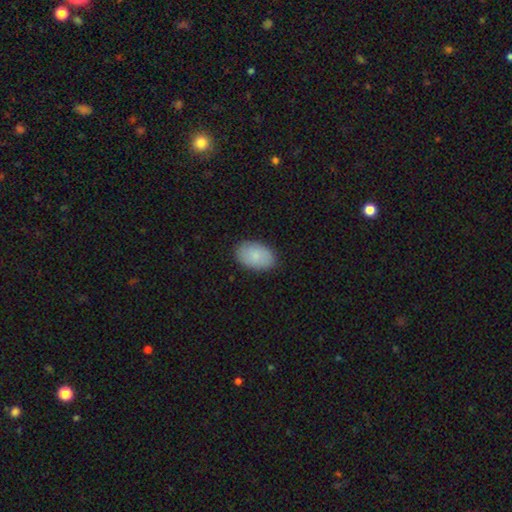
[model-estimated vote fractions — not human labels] Smooth or featured? smooth (85%)
How rounded? in between (91%)
Merging? none (87%)